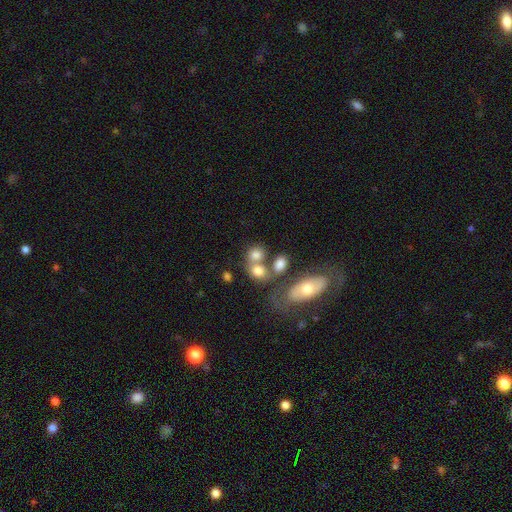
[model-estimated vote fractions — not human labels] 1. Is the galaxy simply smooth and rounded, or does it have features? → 72% smooth, 16% featured or disk, 11% star or artifact.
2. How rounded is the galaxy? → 55% round, 44% in between, 2% cigar-shaped.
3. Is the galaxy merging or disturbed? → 43% merger, 39% none, 11% minor disturbance, 7% major disturbance.